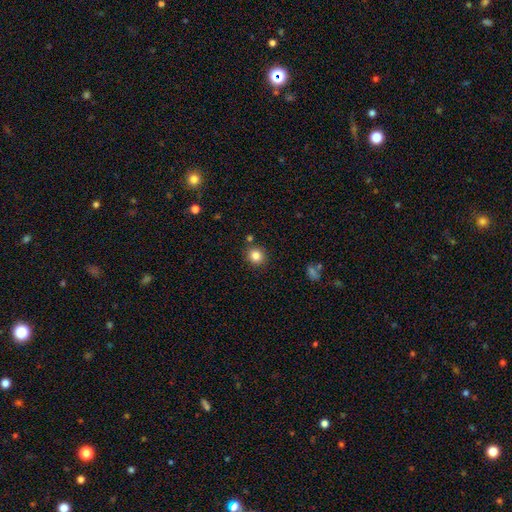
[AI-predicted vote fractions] This is clearly a smooth galaxy (83%). How rounded: clearly round (89%). Merging: clearly none (85%).